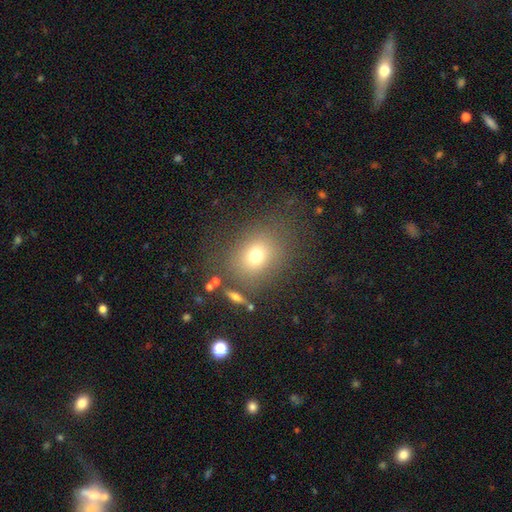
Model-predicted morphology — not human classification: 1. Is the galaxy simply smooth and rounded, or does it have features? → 72% smooth, 16% star or artifact, 12% featured or disk.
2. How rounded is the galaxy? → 55% round, 43% in between, 1% cigar-shaped.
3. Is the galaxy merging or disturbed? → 76% none, 12% minor disturbance, 7% major disturbance, 4% merger.